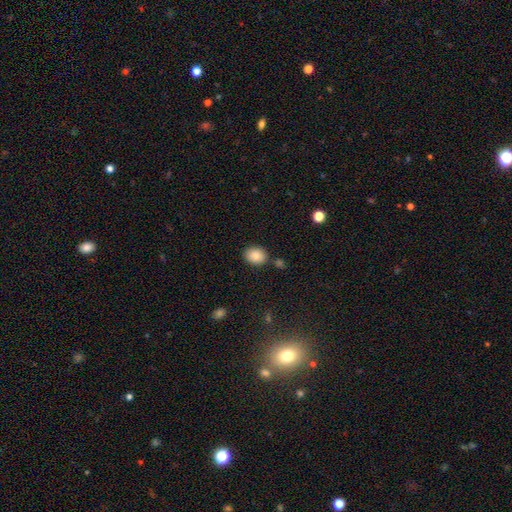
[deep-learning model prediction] Smooth or featured? Predicted: smooth (p=0.87). How rounded? Predicted: in between (p=0.63). Merging? Predicted: none (p=0.79).